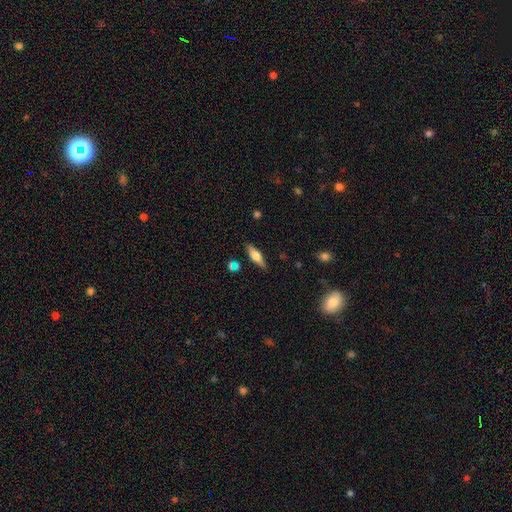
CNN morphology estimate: A featured or disk galaxy (52%) viewed edge-on (94%).

Vote fractions:
- Smooth or featured? featured or disk: 52% / smooth: 41% / star or artifact: 7%
- Edge-on disk? yes: 94% / no: 6%
- Merging? none: 84% / minor disturbance: 10% / merger: 3% / major disturbance: 2%